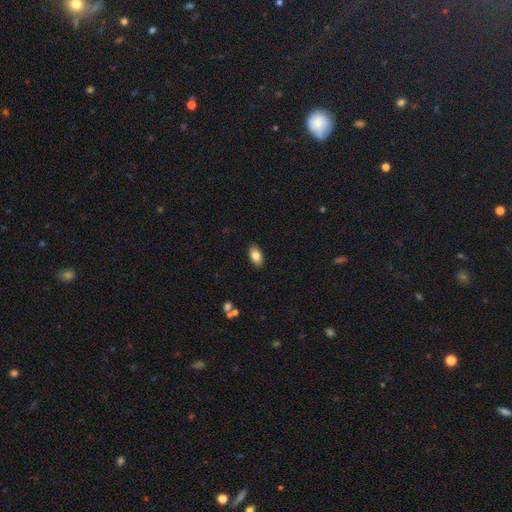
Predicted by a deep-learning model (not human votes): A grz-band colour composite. It shows a smooth galaxy with no disk features (81%) that is in between round and cigar-shaped (91%). Merging: none (88%).